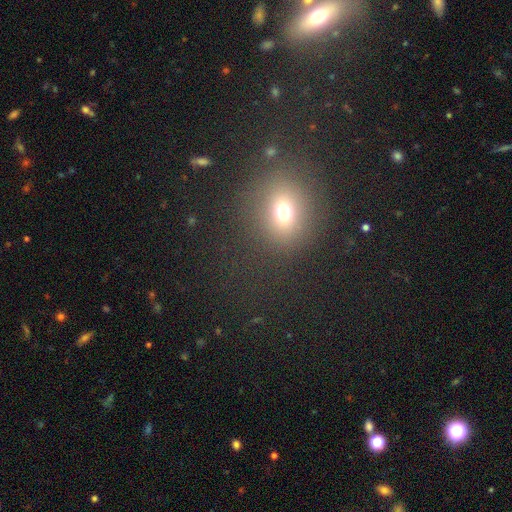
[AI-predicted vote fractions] The model was most divided on "how rounded": round: 60%, in between: 37%, cigar-shaped: 3%. More confident: merging — none (83%); smooth or featured — smooth (58%).